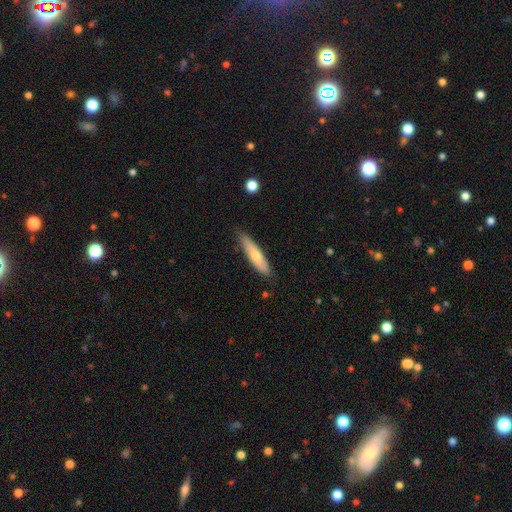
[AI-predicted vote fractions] smooth 62%, featured or disk 32%, star or artifact 6%. Down the decision tree: how rounded — cigar-shaped (80%); merging — none (82%).